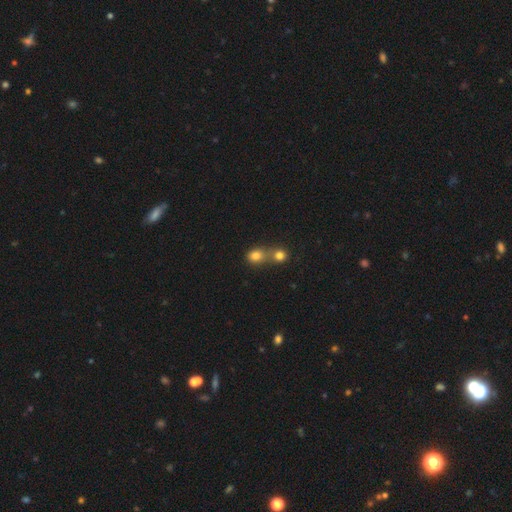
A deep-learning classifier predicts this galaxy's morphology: This appears to be a smooth galaxy with no disk features (79%) that is round (68%). Merging: merger (56%).